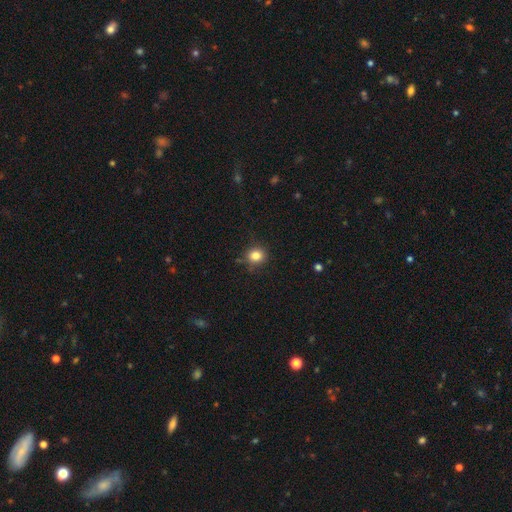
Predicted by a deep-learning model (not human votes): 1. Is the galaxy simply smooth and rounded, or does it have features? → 84% smooth, 11% star or artifact, 5% featured or disk.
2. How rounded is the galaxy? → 86% round, 14% in between, 1% cigar-shaped.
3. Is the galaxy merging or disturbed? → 85% none, 11% minor disturbance, 3% major disturbance, 2% merger.